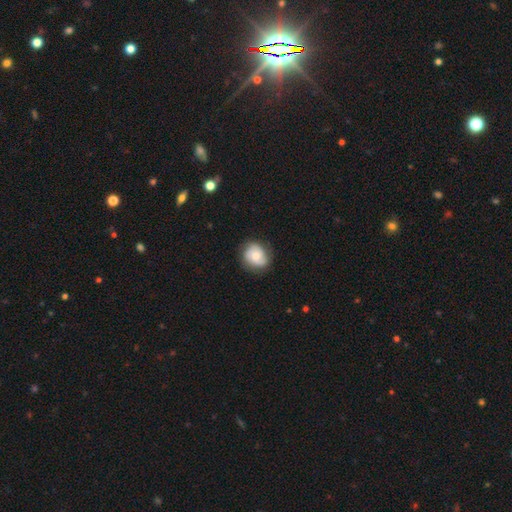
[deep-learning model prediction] This appears to be a smooth galaxy with no disk features (48%). Merging: none (76%).